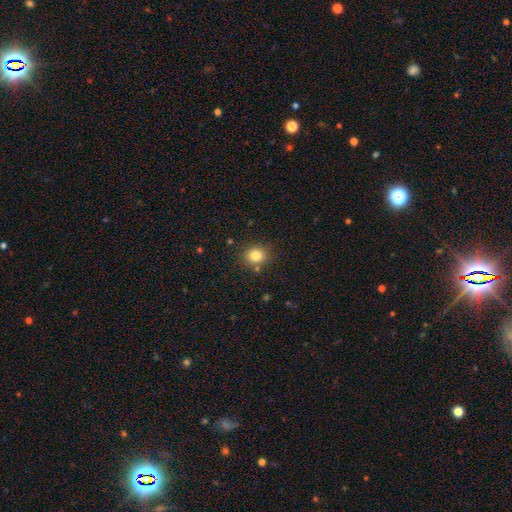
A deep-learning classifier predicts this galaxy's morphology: Q: Smooth or featured?
A: smooth (82%); runner-up: star or artifact (12%)
Q: How rounded?
A: round (78%); runner-up: in between (21%)
Q: Merging?
A: none (83%); runner-up: minor disturbance (10%)